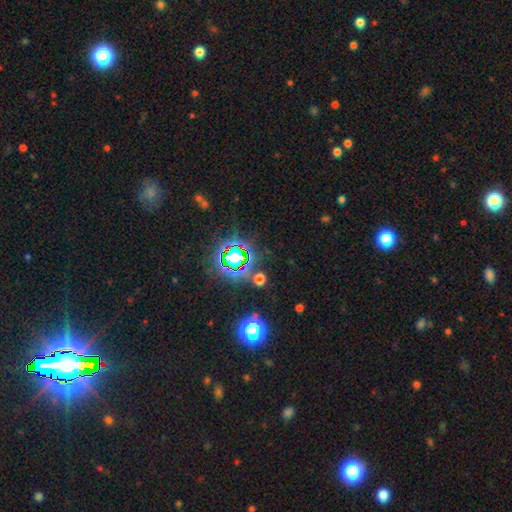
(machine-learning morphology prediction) smooth_or_featured: star or artifact (p=0.78) [alt: smooth p=0.14]